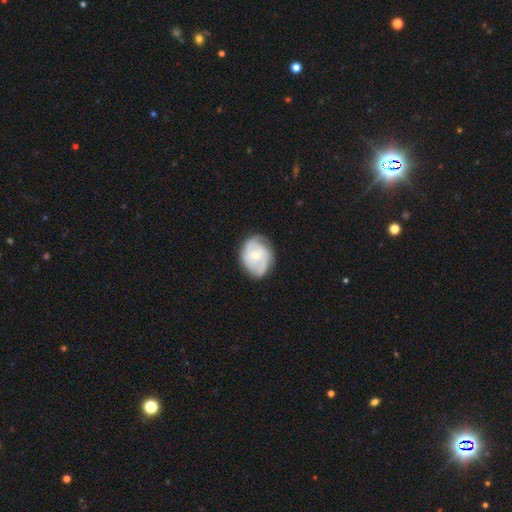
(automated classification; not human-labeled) A featured or disk galaxy (68%) with no bar (60%), 2 (52%) tight (44%) spiral arms (86%) and a moderate central bulge (50%). Merging: none (66%).